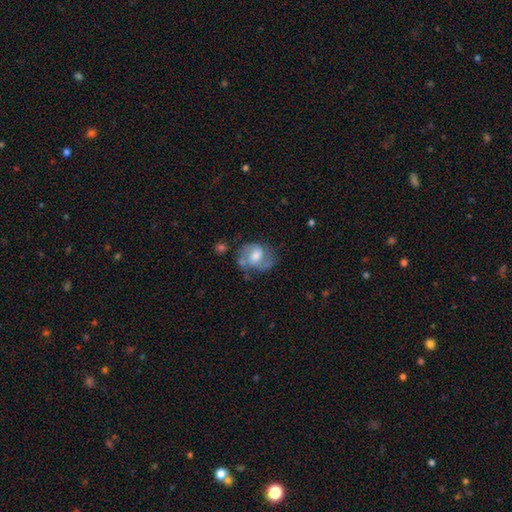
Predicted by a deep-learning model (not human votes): Smooth or featured: featured or disk — 53% (smooth — 39%)
Edge-on disk: no — 97% (yes — 3%)
Bar: no — 49% (weak — 41%)
Spiral arms: yes — 75% (no — 25%)
Bulge size: moderate — 54% (large — 23%)
Merging: none — 50% (minor disturbance — 26%)